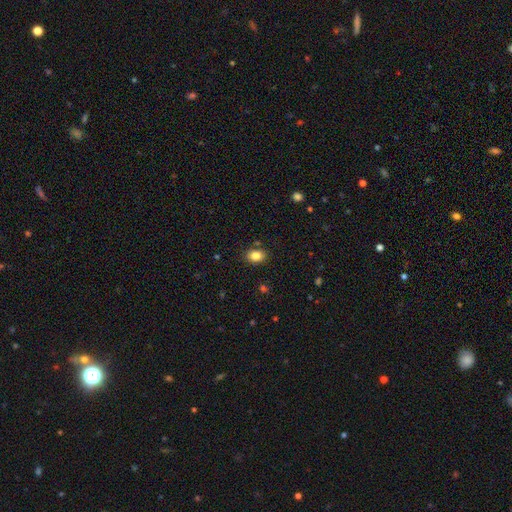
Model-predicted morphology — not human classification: Overall: smooth (84%). How rounded: in between (73%). Merging: none (85%).